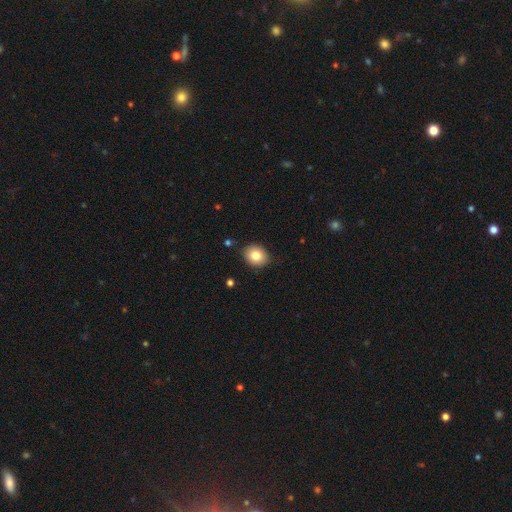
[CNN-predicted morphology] Smooth or featured? Predicted: smooth (p=0.82). How rounded? Predicted: round (p=0.55). Merging? Predicted: none (p=0.86).